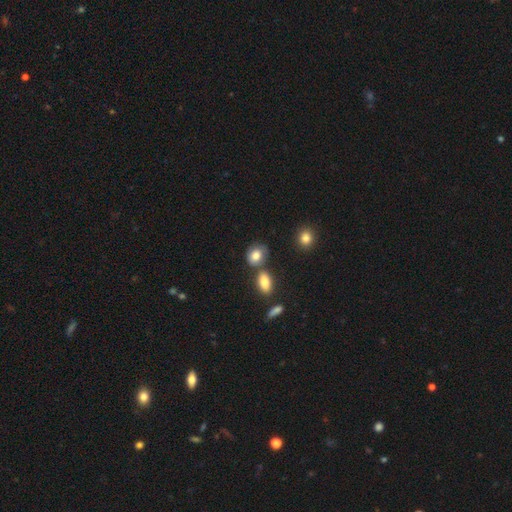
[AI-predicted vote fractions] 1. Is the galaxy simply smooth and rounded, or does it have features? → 80% smooth, 11% featured or disk, 9% star or artifact.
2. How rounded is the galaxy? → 51% in between, 47% round, 2% cigar-shaped.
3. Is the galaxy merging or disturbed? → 58% none, 20% merger, 17% minor disturbance, 5% major disturbance.